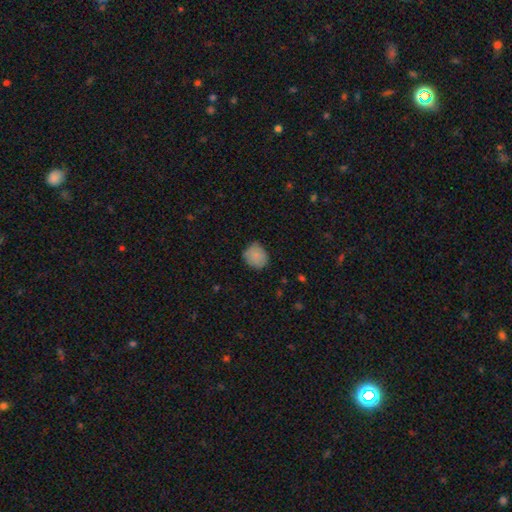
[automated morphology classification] smooth_or_featured: smooth (p=0.85) [alt: star or artifact p=0.08]
how_rounded: round (p=0.70) [alt: in between p=0.29]
merging: none (p=0.72) [alt: minor disturbance p=0.23]